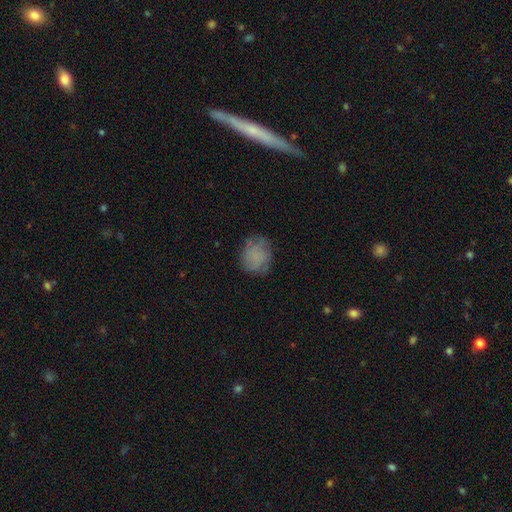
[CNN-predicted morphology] smooth_or_featured: smooth (p=0.62) [alt: featured or disk p=0.27]
how_rounded: round (p=0.65) [alt: in between p=0.34]
merging: none (p=0.69) [alt: minor disturbance p=0.21]